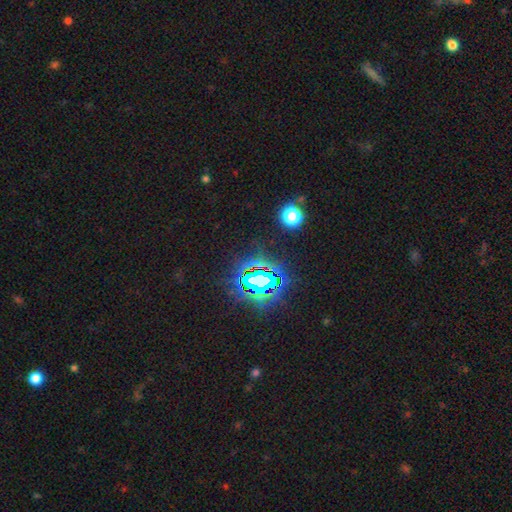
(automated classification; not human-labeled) This appears to be a star or artifact, not a galaxy (82%).